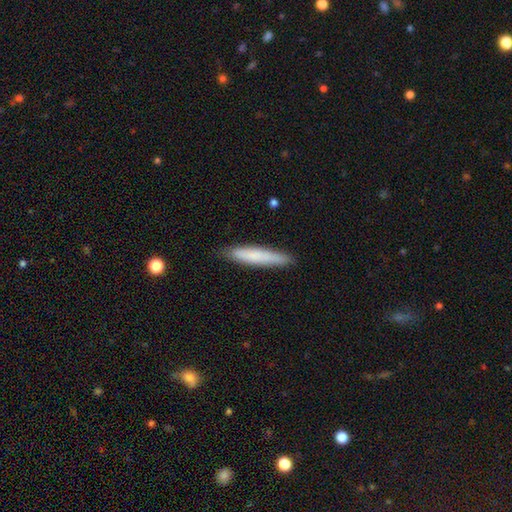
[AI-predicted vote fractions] Smooth or featured? Predicted: smooth (p=0.74). How rounded? Predicted: cigar-shaped (p=0.90). Merging? Predicted: none (p=0.85).